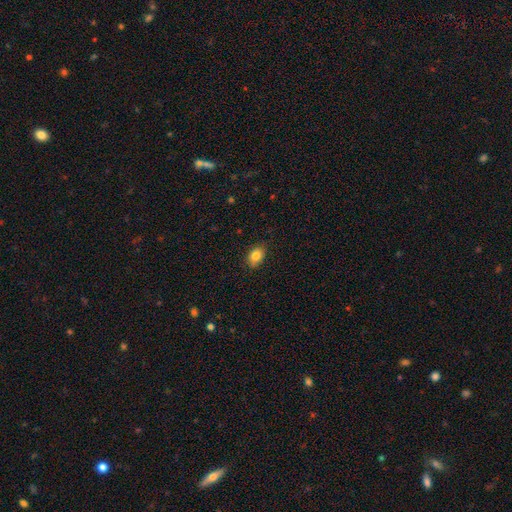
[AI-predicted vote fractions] Overall: smooth (85%). How rounded: in between (82%). Merging: none (86%).